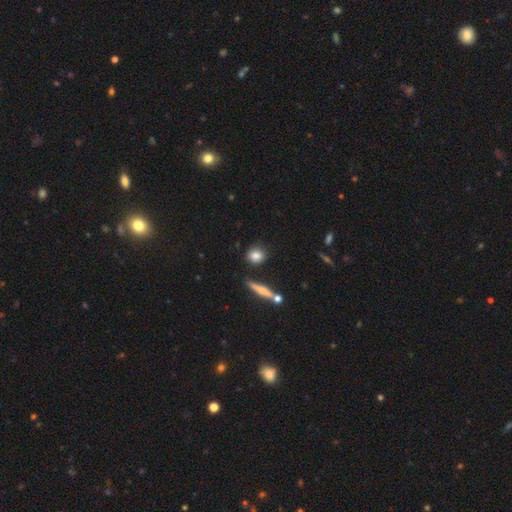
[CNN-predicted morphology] Smooth or featured?
  - smooth: 82% *
  - featured or disk: 9%
  - star or artifact: 9%
How rounded?
  - round: 71% *
  - in between: 22%
  - cigar-shaped: 6%
Merging?
  - none: 80% *
  - minor disturbance: 11%
  - merger: 6%
  - major disturbance: 3%